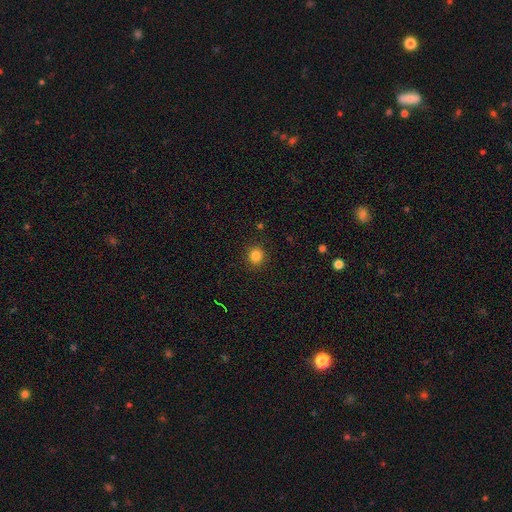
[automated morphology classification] A smooth galaxy with no disk features (84%) that is round (90%). Merging: none (90%).